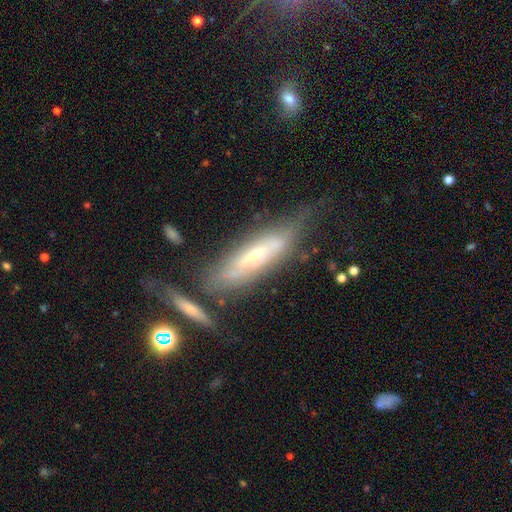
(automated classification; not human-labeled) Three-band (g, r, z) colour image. It shows a featured or disk galaxy (65%) viewed edge-on (54%). Merging: none (52%).